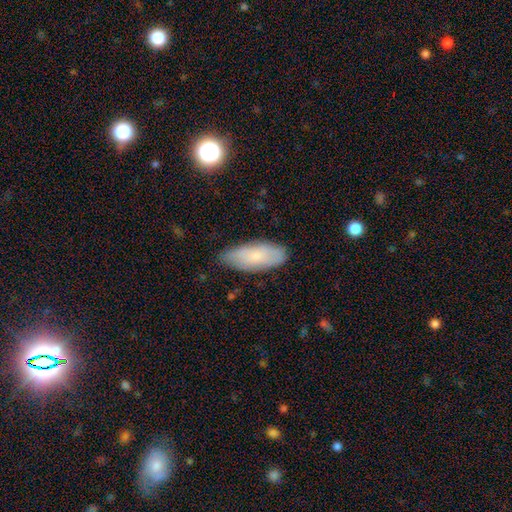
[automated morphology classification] This appears to be a smooth galaxy with no disk features (71%) that is in between round and cigar-shaped (81%). Merging: none (74%).